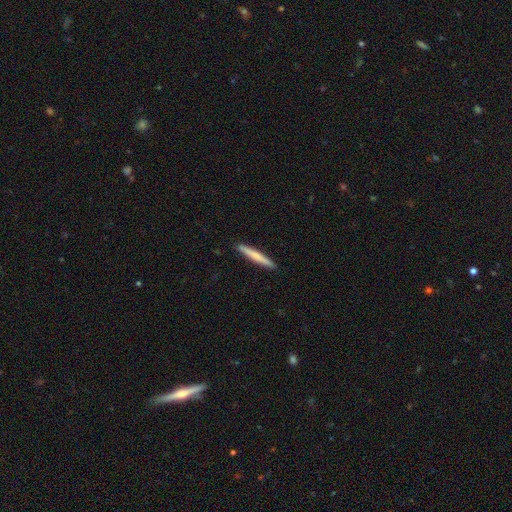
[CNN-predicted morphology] A smooth galaxy with no disk features (66%) that is cigar-shaped (96%).

Vote fractions:
- Smooth or featured? smooth: 66% / featured or disk: 29% / star or artifact: 5%
- How rounded? cigar-shaped: 96% / in between: 2% / round: 1%
- Merging? none: 92% / minor disturbance: 5% / major disturbance: 1% / merger: 1%